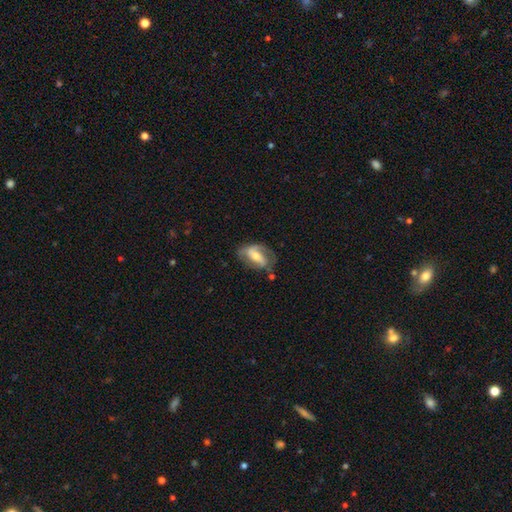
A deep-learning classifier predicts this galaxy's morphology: A featured or disk galaxy (63%) with a strong bar (39%), spiral arms (72%) and a moderate central bulge (55%). Merging: none (51%).